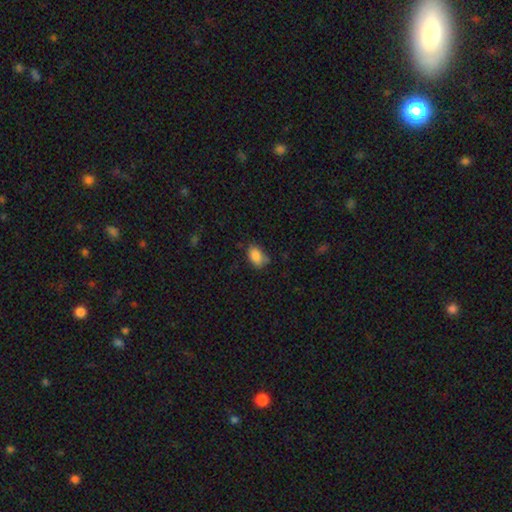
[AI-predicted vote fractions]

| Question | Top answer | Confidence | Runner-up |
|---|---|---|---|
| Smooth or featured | smooth | 86% | star or artifact (9%) |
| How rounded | in between | 84% | round (14%) |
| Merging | none | 63% | minor disturbance (28%) |